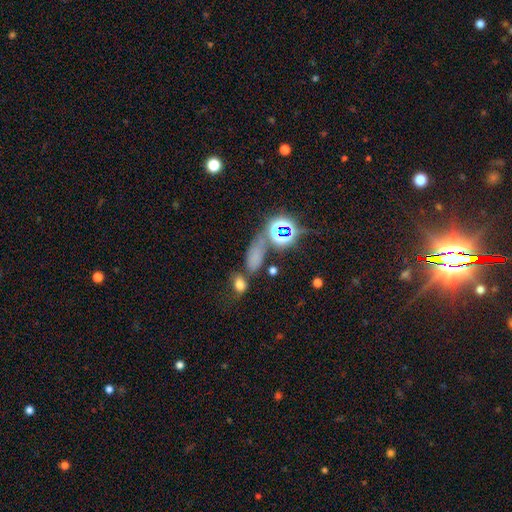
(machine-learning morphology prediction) Smooth or featured: smooth — 46% (star or artifact — 41%)
Merging: none — 46% (merger — 21%)